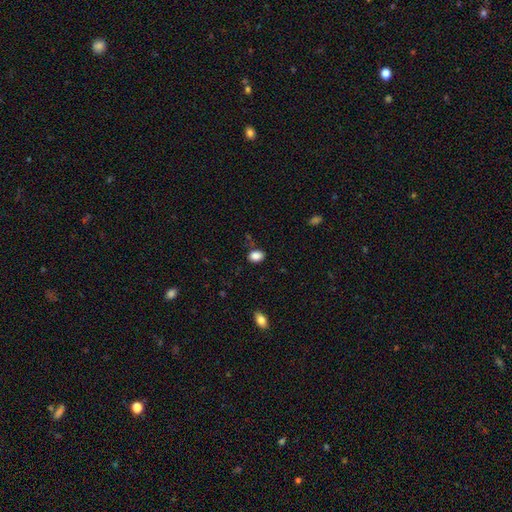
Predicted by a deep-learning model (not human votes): A smooth galaxy with no disk features (87%) that is in between round and cigar-shaped (75%).

Vote fractions:
- Smooth or featured? smooth: 87% / star or artifact: 9% / featured or disk: 4%
- How rounded? in between: 75% / round: 23% / cigar-shaped: 1%
- Merging? none: 77% / minor disturbance: 16% / major disturbance: 4% / merger: 3%